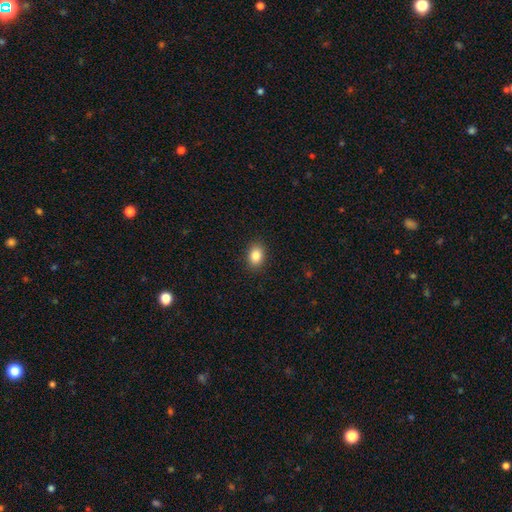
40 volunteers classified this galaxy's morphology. type=smooth (80%); roundness=in between (69%); merging=none (97%).